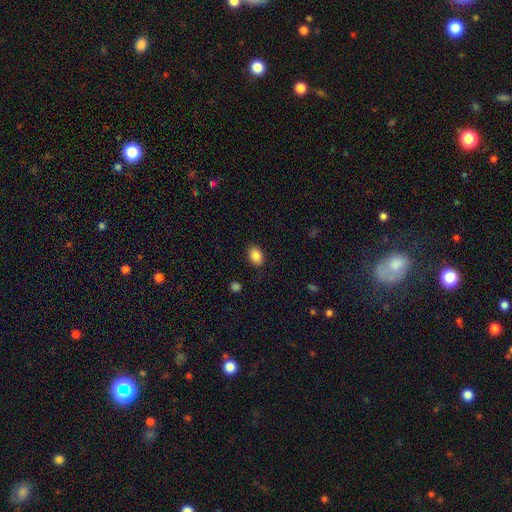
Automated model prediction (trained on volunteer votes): Smooth or featured? Predicted: smooth (p=0.87). How rounded? Predicted: in between (p=0.75). Merging? Predicted: none (p=0.85).